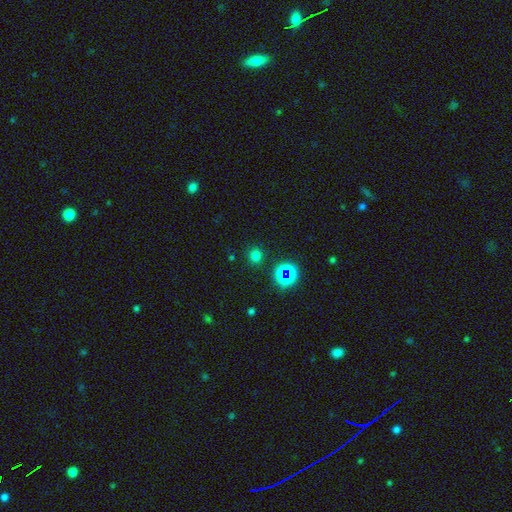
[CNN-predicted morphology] The model was most divided on "smooth or featured": smooth: 70%, star or artifact: 25%, featured or disk: 5%. More confident: how rounded — round (91%); merging — none (88%).